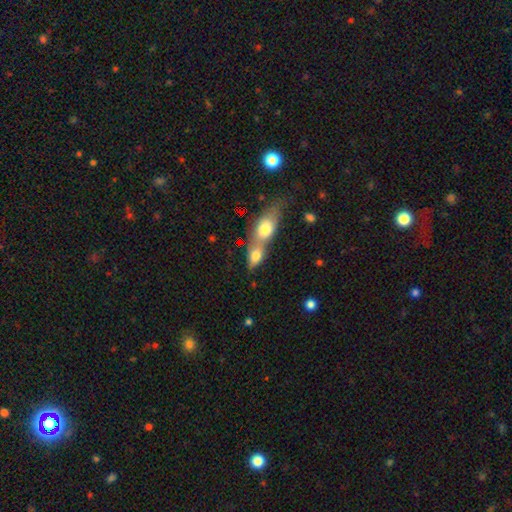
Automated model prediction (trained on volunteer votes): This appears to be a smooth galaxy with no disk features (72%) that is in between round and cigar-shaped (72%). Merging: merger (68%).